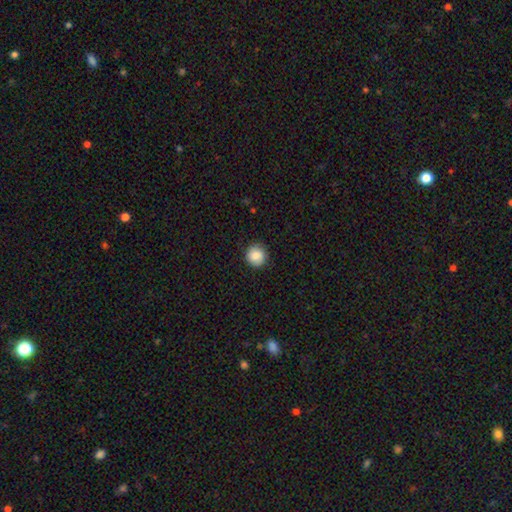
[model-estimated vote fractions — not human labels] The model was most divided on "smooth or featured": smooth: 86%, star or artifact: 8%, featured or disk: 6%. More confident: how rounded — round (91%); merging — none (87%).